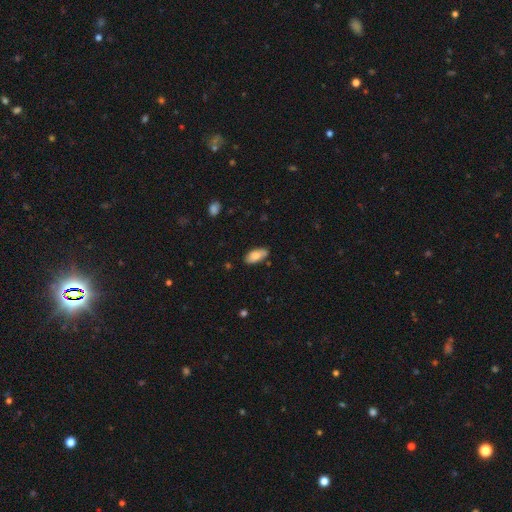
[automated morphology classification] Q: Smooth or featured?
A: smooth (79%); runner-up: featured or disk (14%)
Q: How rounded?
A: in between (90%); runner-up: cigar-shaped (8%)
Q: Merging?
A: none (78%); runner-up: minor disturbance (17%)